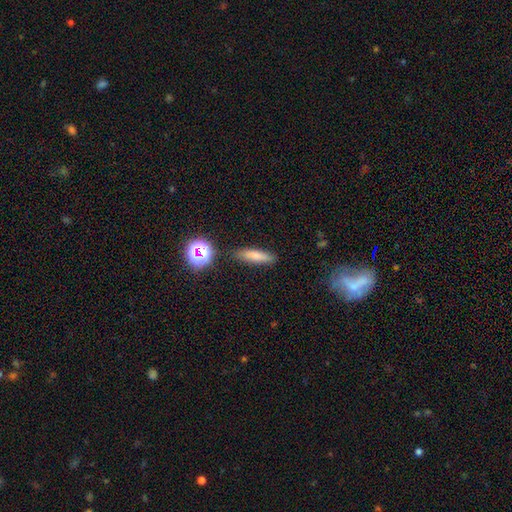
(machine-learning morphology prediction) This is likely a smooth galaxy (75%). How rounded: likely cigar-shaped (70%). Merging: clearly none (84%).